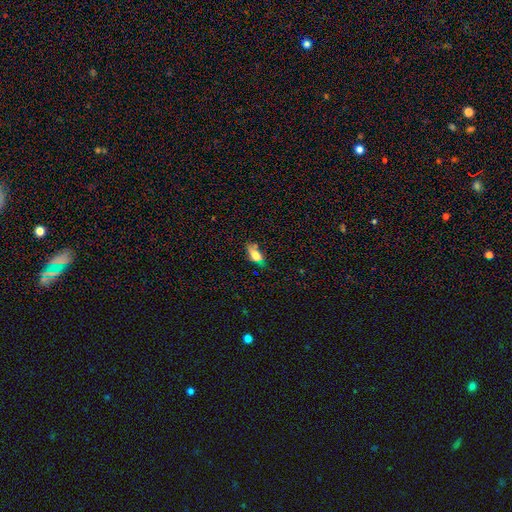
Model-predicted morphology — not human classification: This is likely a smooth galaxy (71%). How rounded: likely in between (79%). Merging: possibly none (58%).